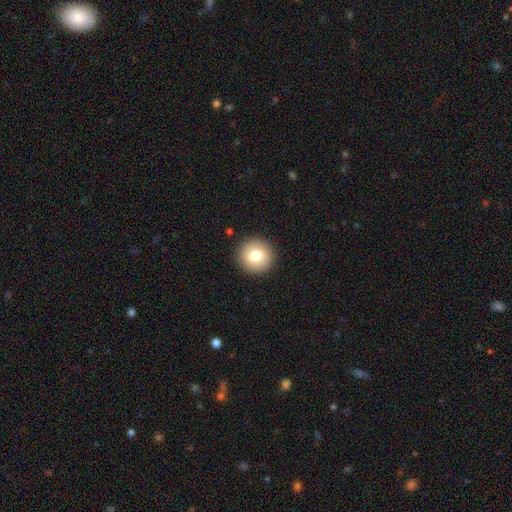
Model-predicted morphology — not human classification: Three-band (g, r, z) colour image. It shows a smooth galaxy with no disk features (78%) that is round (92%). Merging: none (92%).